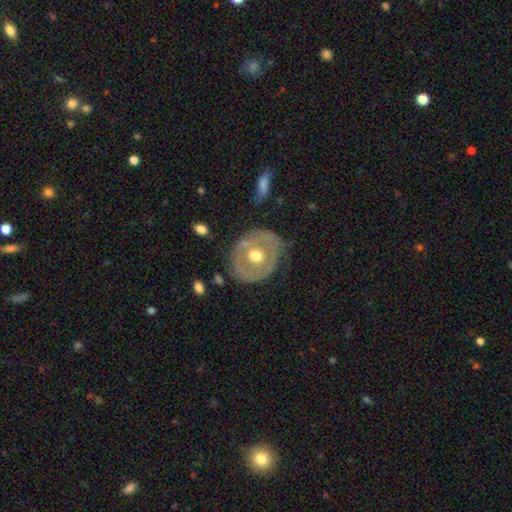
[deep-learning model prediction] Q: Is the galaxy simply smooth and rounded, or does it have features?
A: featured or disk — 61%.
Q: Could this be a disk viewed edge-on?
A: no — 95%.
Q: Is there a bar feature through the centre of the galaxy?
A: no — 85%.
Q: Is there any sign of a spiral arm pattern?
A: no — 78%.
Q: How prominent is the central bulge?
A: moderate — 78%.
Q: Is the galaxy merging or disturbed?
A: none — 69%.